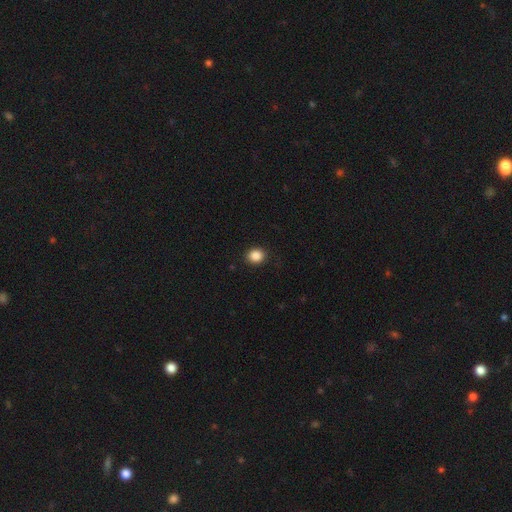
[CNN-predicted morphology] Smooth or featured: smooth — 87% (star or artifact — 10%)
How rounded: round — 75% (in between — 24%)
Merging: none — 90% (minor disturbance — 7%)